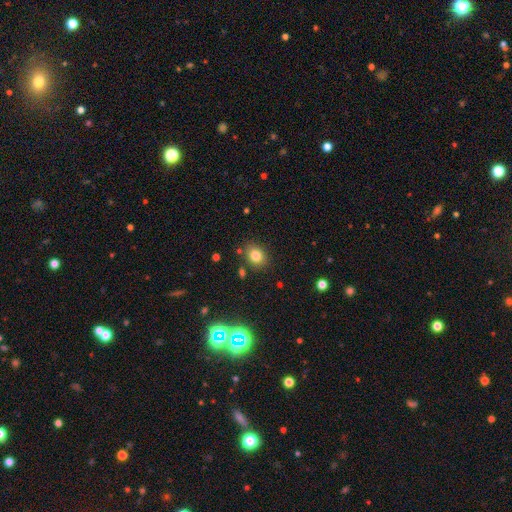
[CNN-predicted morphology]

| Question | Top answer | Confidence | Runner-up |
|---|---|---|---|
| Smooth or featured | smooth | 80% | star or artifact (13%) |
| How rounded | round | 51% | in between (48%) |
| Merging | none | 82% | minor disturbance (11%) |